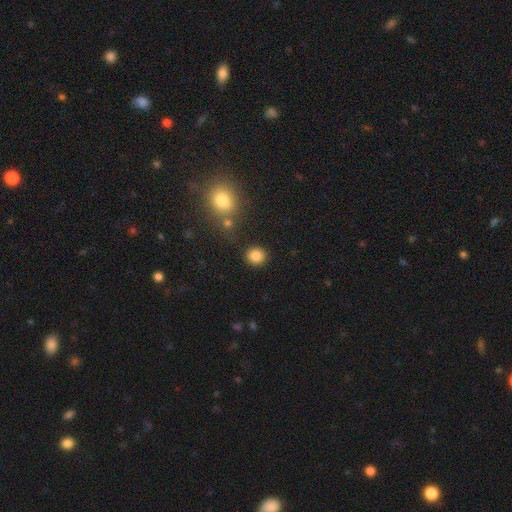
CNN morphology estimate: type=smooth (85%); roundness=round (86%); merging=none (87%).